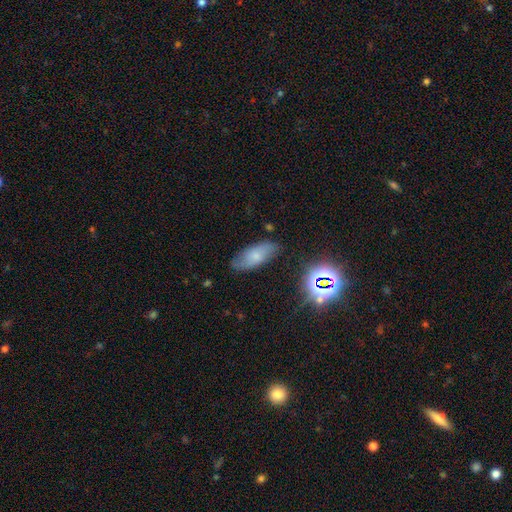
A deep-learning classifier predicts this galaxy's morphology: This is possibly a smooth galaxy (57%). How rounded: clearly in between (85%). Merging: likely none (74%).